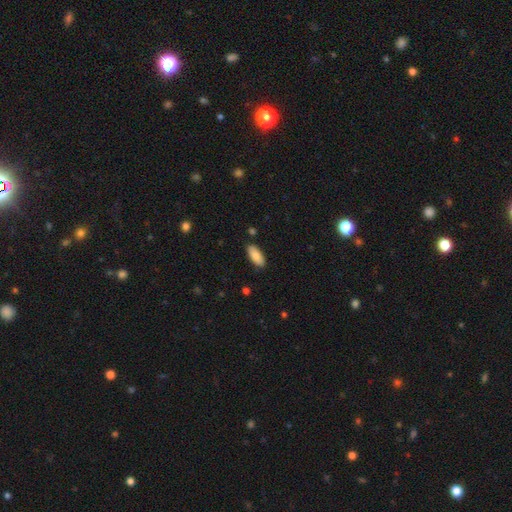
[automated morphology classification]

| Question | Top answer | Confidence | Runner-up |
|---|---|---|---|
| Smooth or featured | smooth | 85% | featured or disk (9%) |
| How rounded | in between | 85% | cigar-shaped (13%) |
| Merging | none | 87% | minor disturbance (10%) |